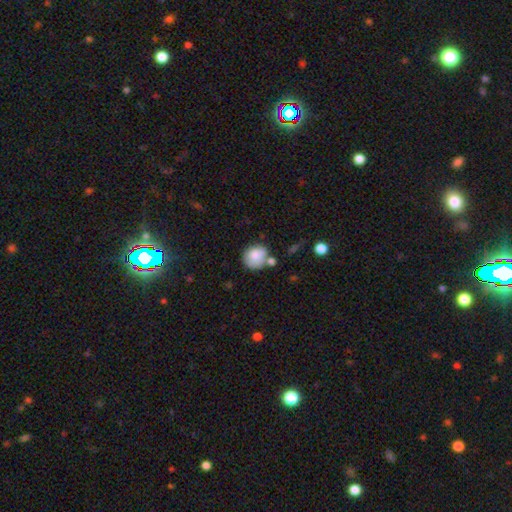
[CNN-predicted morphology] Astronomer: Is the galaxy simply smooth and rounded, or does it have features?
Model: smooth — 80%.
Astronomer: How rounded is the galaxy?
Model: round — 76%.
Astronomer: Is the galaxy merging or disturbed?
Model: none — 56%.